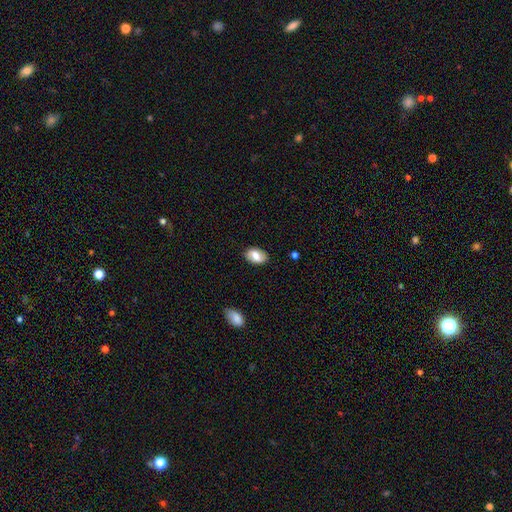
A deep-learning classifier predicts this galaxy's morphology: The model was most divided on "smooth or featured": smooth: 70%, featured or disk: 23%, star or artifact: 8%. More confident: how rounded — in between (88%); merging — none (83%).